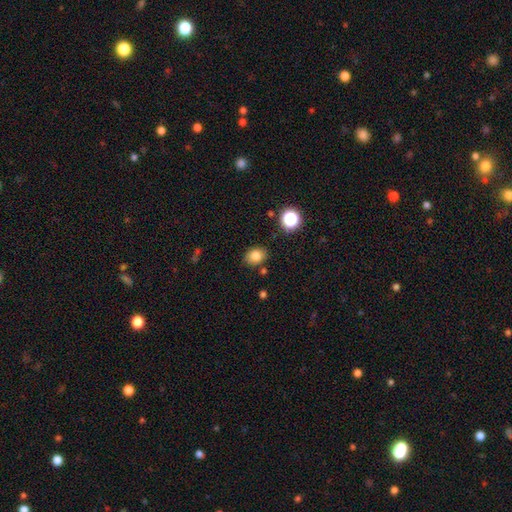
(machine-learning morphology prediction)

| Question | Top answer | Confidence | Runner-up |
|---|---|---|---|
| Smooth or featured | smooth | 81% | star or artifact (12%) |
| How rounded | in between | 57% | round (42%) |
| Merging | none | 82% | minor disturbance (12%) |